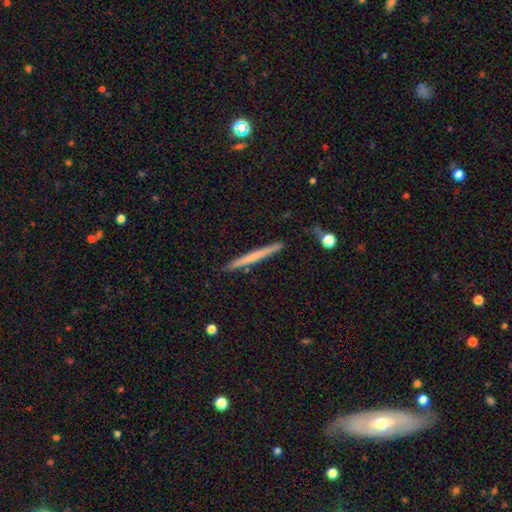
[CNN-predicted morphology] Q: Smooth or featured?
A: smooth (52%); runner-up: featured or disk (42%)
Q: How rounded?
A: cigar-shaped (97%); runner-up: in between (2%)
Q: Merging?
A: none (89%); runner-up: minor disturbance (8%)